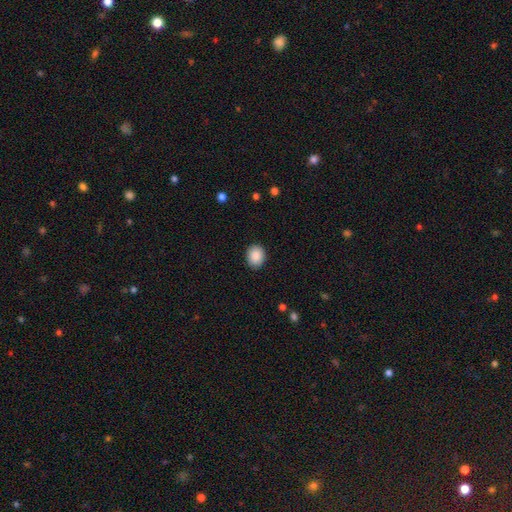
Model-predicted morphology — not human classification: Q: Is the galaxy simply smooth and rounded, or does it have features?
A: smooth — 89%.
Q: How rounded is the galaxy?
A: round — 58%.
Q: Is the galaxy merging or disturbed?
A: none — 89%.